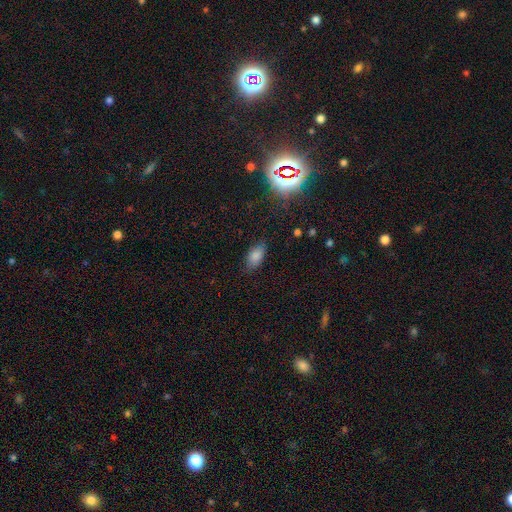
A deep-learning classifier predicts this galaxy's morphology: smooth_or_featured: smooth (p=0.82) [alt: star or artifact p=0.11]
how_rounded: in between (p=0.91) [alt: round p=0.05]
merging: none (p=0.81) [alt: minor disturbance p=0.14]